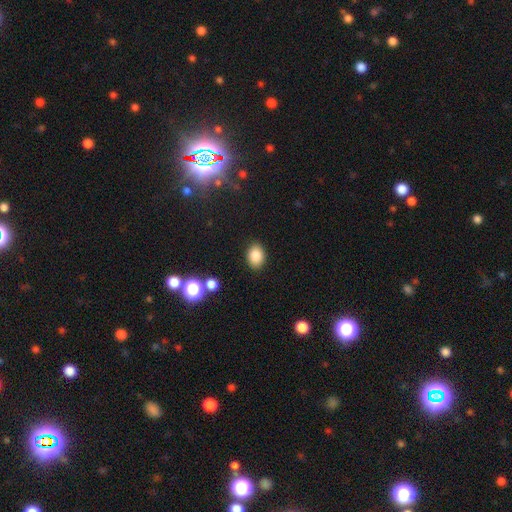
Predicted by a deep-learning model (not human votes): A smooth galaxy with no disk features (84%) that is in between round and cigar-shaped (75%).

Vote fractions:
- Smooth or featured? smooth: 84% / star or artifact: 10% / featured or disk: 6%
- How rounded? in between: 75% / round: 24% / cigar-shaped: 1%
- Merging? none: 87% / minor disturbance: 9% / major disturbance: 2% / merger: 2%